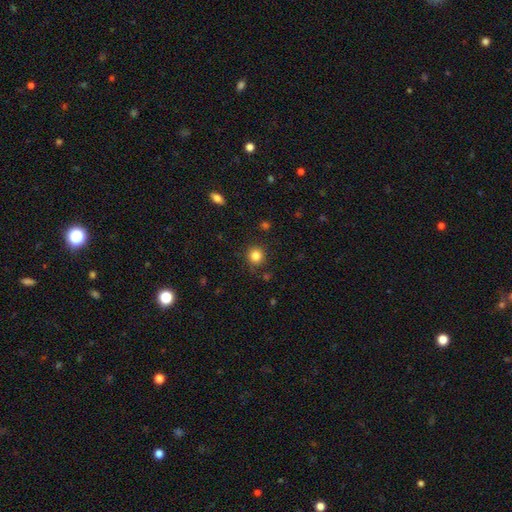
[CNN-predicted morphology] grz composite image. It shows a smooth galaxy with no disk features (83%) that is round (92%). Merging: none (86%).